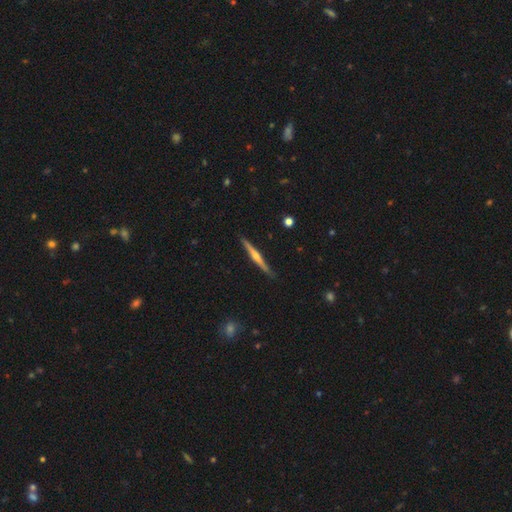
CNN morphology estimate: type=featured or disk (74%); edge-on=yes (98%); edge-on bulge=rounded (85%); merging=none (88%).